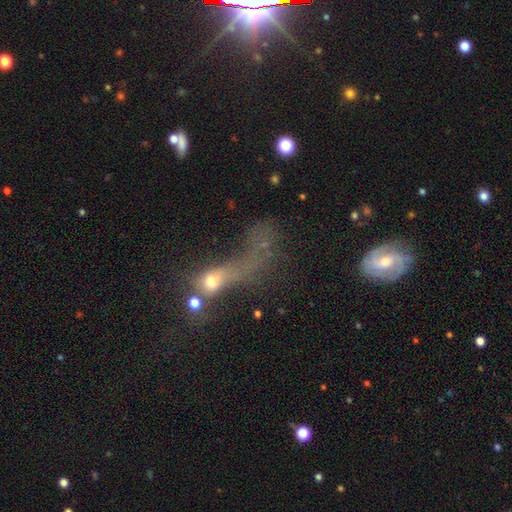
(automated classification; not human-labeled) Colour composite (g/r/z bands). It shows a featured or disk galaxy (36%). Merging: major disturbance (40%).